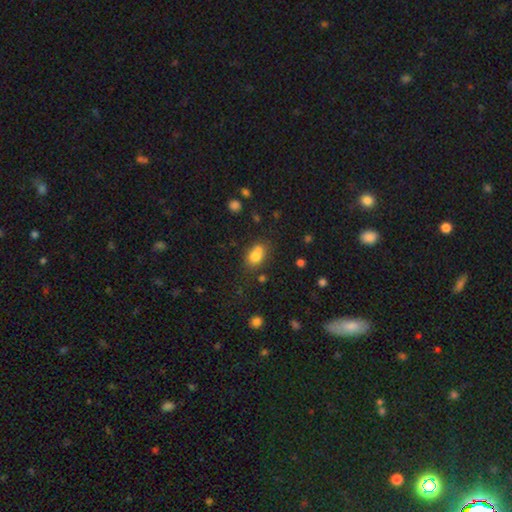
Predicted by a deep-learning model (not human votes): Smooth or featured?
  - smooth: 78% *
  - featured or disk: 11%
  - star or artifact: 11%
How rounded?
  - in between: 74% *
  - round: 23%
  - cigar-shaped: 2%
Merging?
  - none: 54% *
  - minor disturbance: 20%
  - merger: 20%
  - major disturbance: 6%